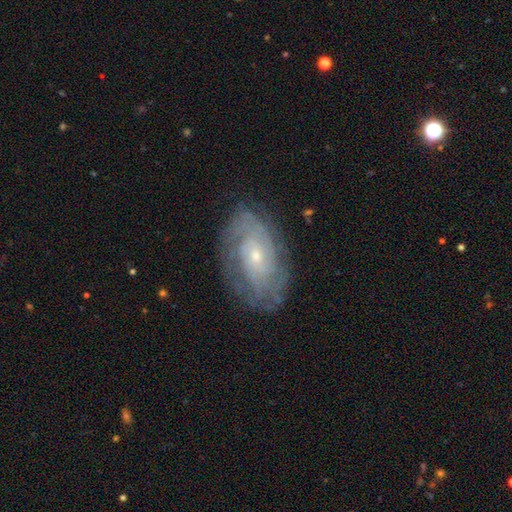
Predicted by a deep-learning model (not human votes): Smooth or featured? Predicted: featured or disk (p=0.79). Edge-on disk? Predicted: no (p=0.95). Bar? Predicted: no (p=0.72). Spiral arms? Predicted: yes (p=0.91). Spiral winding? Predicted: tight (p=0.68). Spiral arm count? Predicted: can't tell (p=0.47). Bulge size? Predicted: small (p=0.72). Merging? Predicted: none (p=0.78).